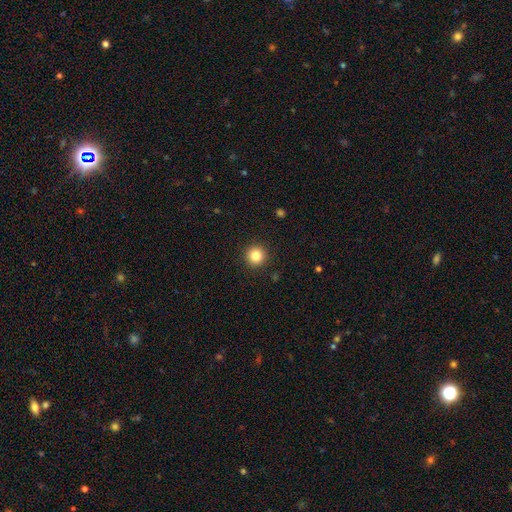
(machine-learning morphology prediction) Smooth or featured?
  - smooth: 84% *
  - star or artifact: 11%
  - featured or disk: 5%
How rounded?
  - round: 95% *
  - in between: 4%
  - cigar-shaped: 1%
Merging?
  - none: 92% *
  - minor disturbance: 5%
  - major disturbance: 2%
  - merger: 1%